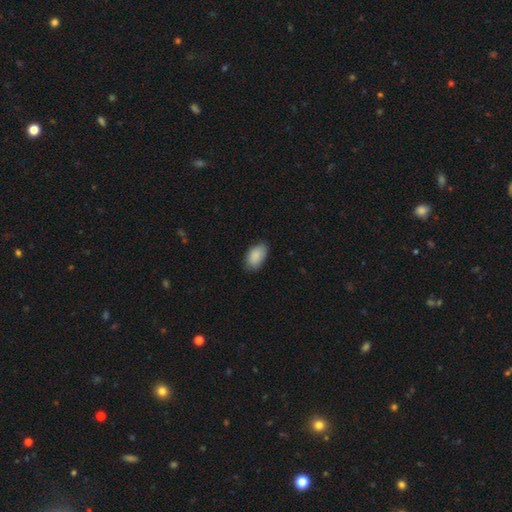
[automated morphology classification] Overall: smooth (89%). How rounded: in between (93%). Merging: none (77%).